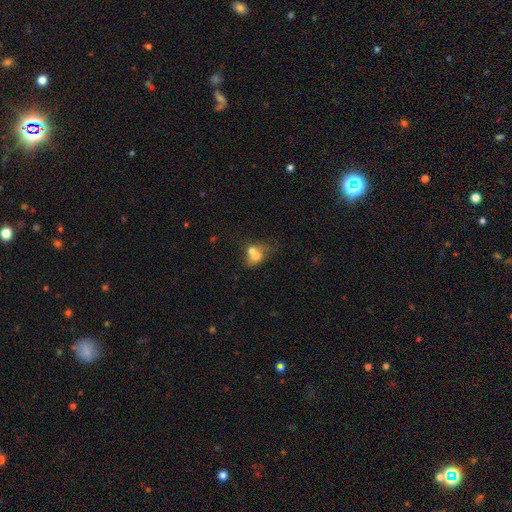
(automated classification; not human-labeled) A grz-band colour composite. It shows a smooth galaxy with no disk features (64%) that is round (52%). Merging: merger (66%).